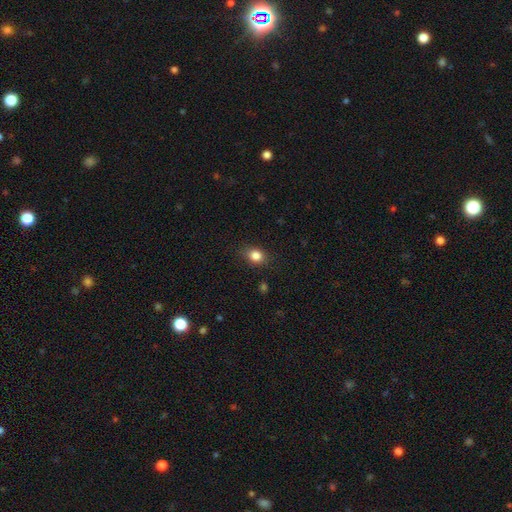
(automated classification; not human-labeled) smooth_or_featured: smooth (p=0.84) [alt: star or artifact p=0.10]
how_rounded: in between (p=0.50) [alt: round p=0.48]
merging: none (p=0.84) [alt: minor disturbance p=0.12]